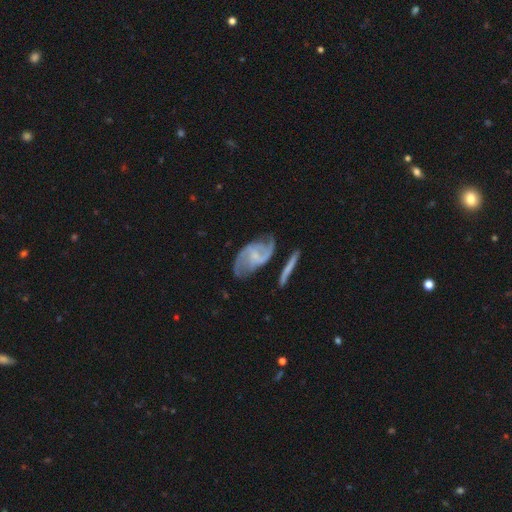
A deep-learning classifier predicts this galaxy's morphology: This is clearly a featured or disk galaxy (85%). It is clearly not viewed edge-on (96%). Bar: possibly weak (48%). Spiral arm pattern: clearly yes (95%). Spiral arm count: clearly 2 (85%). Spiral winding: possibly medium (48%). Central bulge: likely small (65%). Merging: likely none (61%).